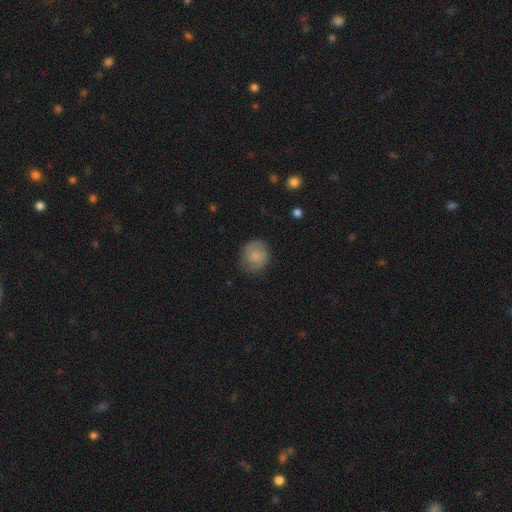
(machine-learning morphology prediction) This appears to be a smooth galaxy with no disk features (57%) that is round (81%). Merging: none (75%).